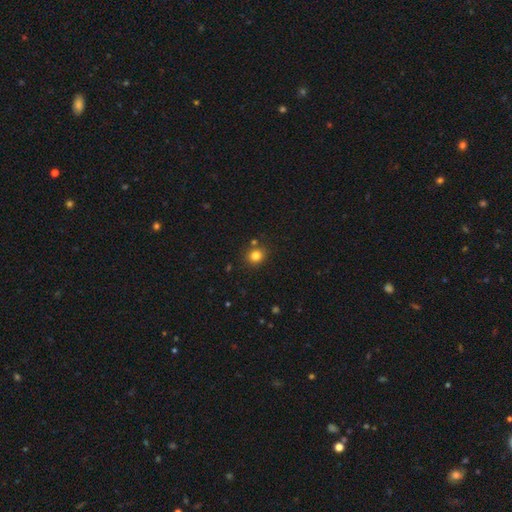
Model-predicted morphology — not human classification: A smooth galaxy with no disk features (81%) that is round (80%).

Vote fractions:
- Smooth or featured? smooth: 81% / star or artifact: 13% / featured or disk: 6%
- How rounded? round: 80% / in between: 19% / cigar-shaped: 1%
- Merging? none: 82% / minor disturbance: 9% / merger: 7% / major disturbance: 3%